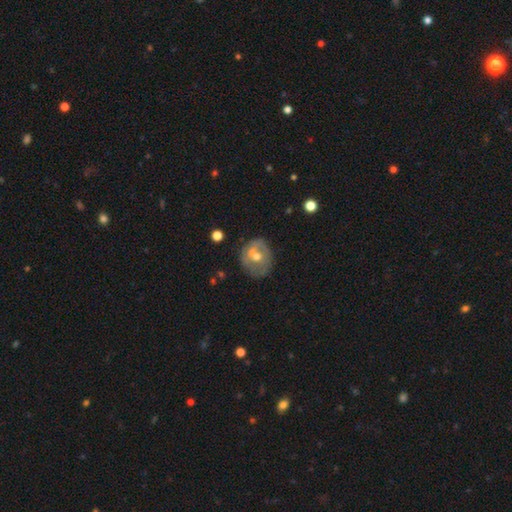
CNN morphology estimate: type=featured or disk (53%); edge-on=no (96%); bar=no (66%); spiral arms=no (60%); bulge=moderate (66%); merging=none (64%).